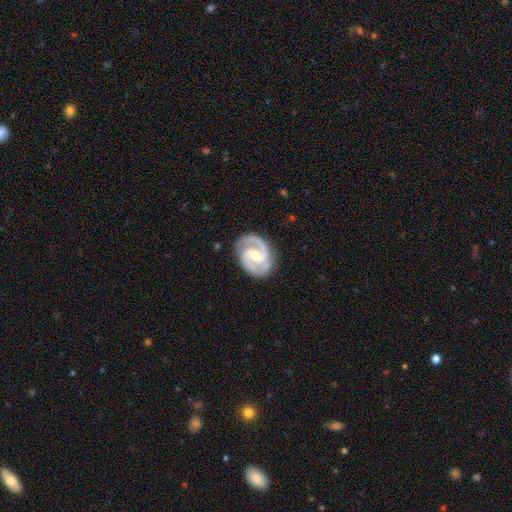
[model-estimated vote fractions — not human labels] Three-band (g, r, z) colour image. It shows a featured or disk galaxy (93%) with a weak bar (48%), 2 (91%) medium (57%) spiral arms (99%) and a small central bulge (48%, tied with moderate). Merging: none (83%).